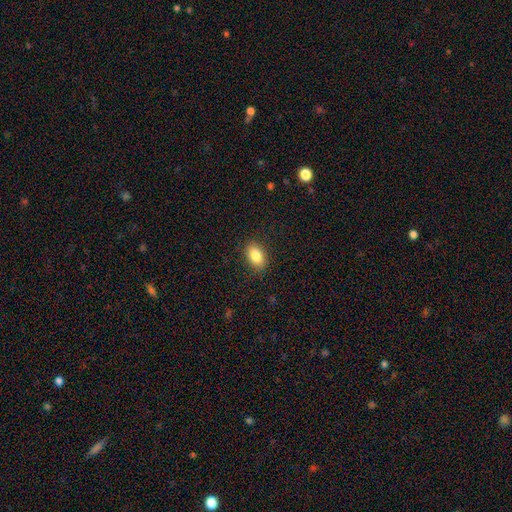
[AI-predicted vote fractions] This is clearly a smooth galaxy (84%). How rounded: clearly in between (88%). Merging: clearly none (88%).